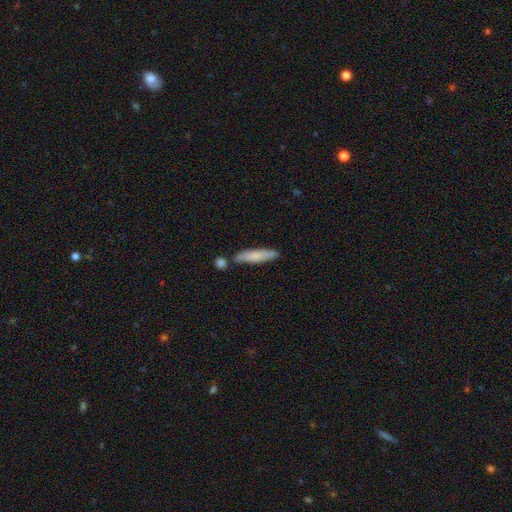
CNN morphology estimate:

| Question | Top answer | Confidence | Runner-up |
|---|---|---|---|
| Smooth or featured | smooth | 74% | featured or disk (21%) |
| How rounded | cigar-shaped | 86% | in between (13%) |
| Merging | none | 75% | minor disturbance (12%) |